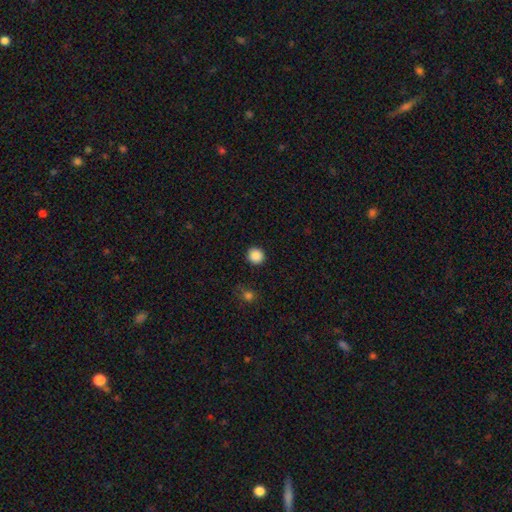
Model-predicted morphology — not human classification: The model was most divided on "smooth or featured": smooth: 88%, star or artifact: 10%, featured or disk: 3%. More confident: how rounded — round (93%); merging — none (91%).